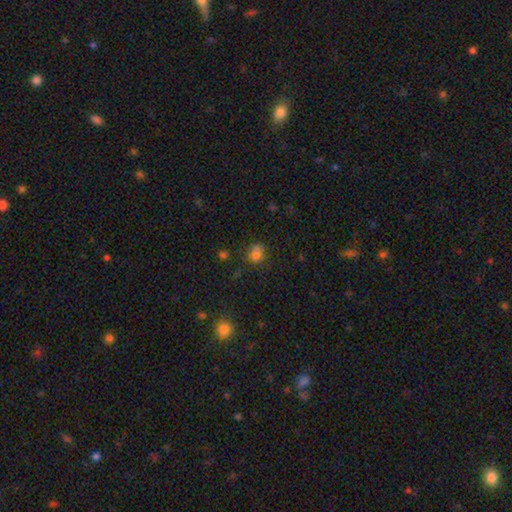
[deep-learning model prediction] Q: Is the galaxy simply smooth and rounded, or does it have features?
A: smooth — 74%.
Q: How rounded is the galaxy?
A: round — 63%.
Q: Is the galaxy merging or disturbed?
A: none — 62%.